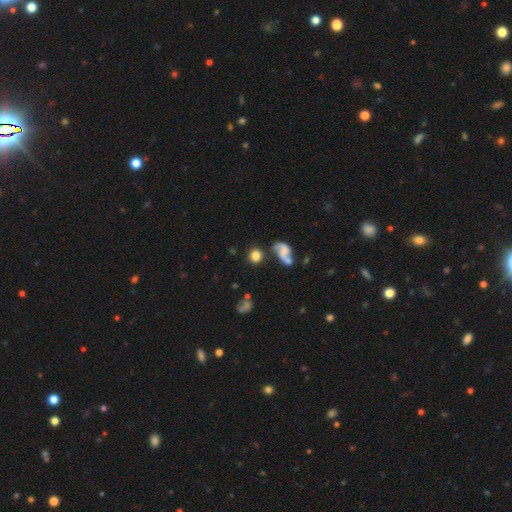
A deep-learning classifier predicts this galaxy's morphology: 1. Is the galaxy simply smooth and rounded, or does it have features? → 74% smooth, 16% featured or disk, 10% star or artifact.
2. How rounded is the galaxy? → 80% round, 18% in between, 2% cigar-shaped.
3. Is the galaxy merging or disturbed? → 69% none, 13% merger, 13% minor disturbance, 6% major disturbance.